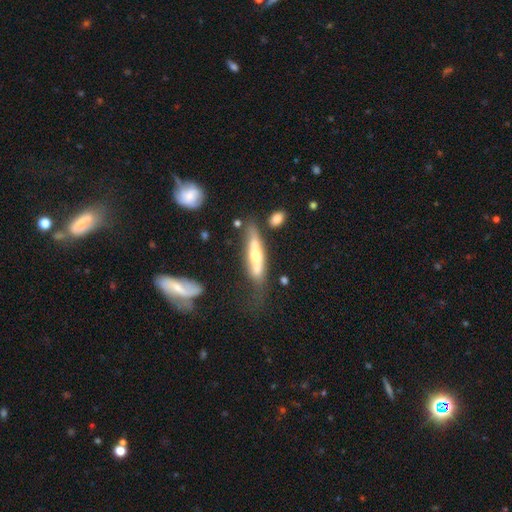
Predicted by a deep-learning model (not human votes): Smooth or featured? Predicted: featured or disk (p=0.55). Edge-on disk? Predicted: yes (p=0.72). Merging? Predicted: none (p=0.52).